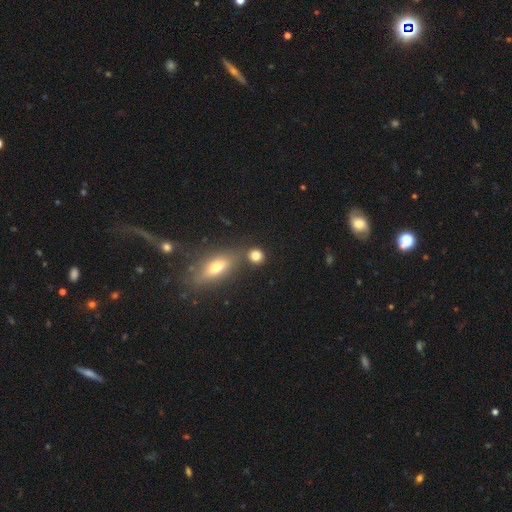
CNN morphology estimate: A smooth galaxy with no disk features (80%) that is round (81%).

Vote fractions:
- Smooth or featured? smooth: 80% / star or artifact: 12% / featured or disk: 8%
- How rounded? round: 81% / in between: 16% / cigar-shaped: 3%
- Merging? none: 71% / merger: 16% / minor disturbance: 9% / major disturbance: 4%